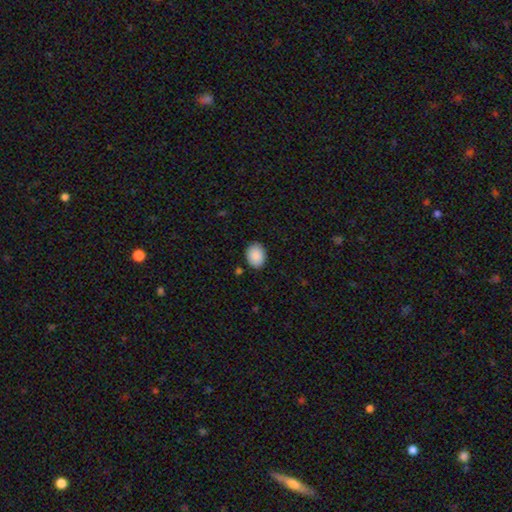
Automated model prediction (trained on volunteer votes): A smooth galaxy with no disk features (90%) that is in between round and cigar-shaped (65%). Merging: none (86%).